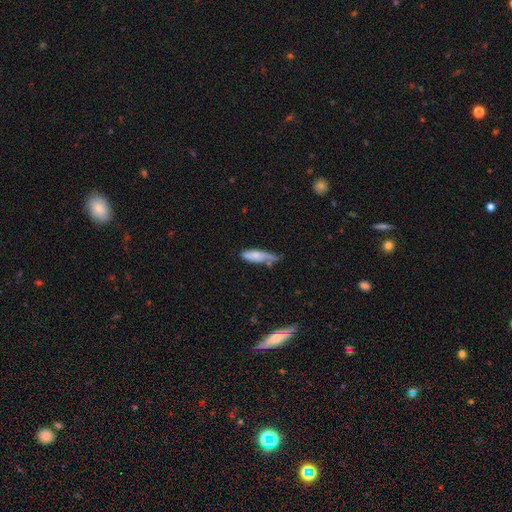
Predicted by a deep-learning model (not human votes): smooth 73%, featured or disk 20%, star or artifact 7%. Down the decision tree: how rounded — cigar-shaped (63%); merging — none (43%).